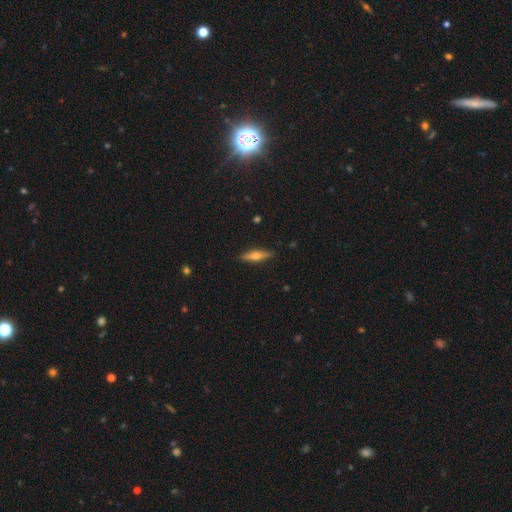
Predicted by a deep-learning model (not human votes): This is possibly a featured or disk galaxy (48%). Merging: clearly none (89%).